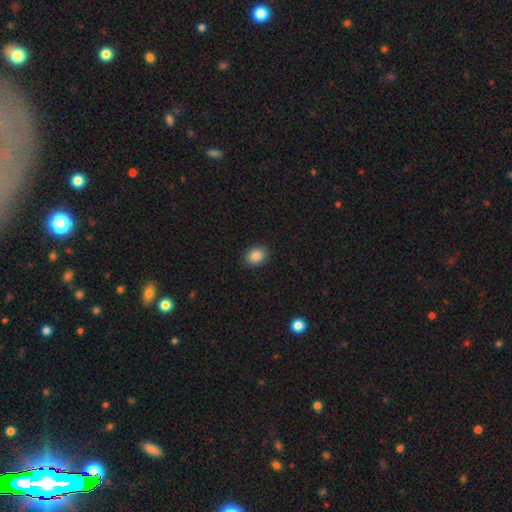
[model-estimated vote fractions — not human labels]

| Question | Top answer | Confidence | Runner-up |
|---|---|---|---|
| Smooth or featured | smooth | 88% | star or artifact (9%) |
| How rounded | in between | 58% | round (41%) |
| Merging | none | 90% | minor disturbance (7%) |